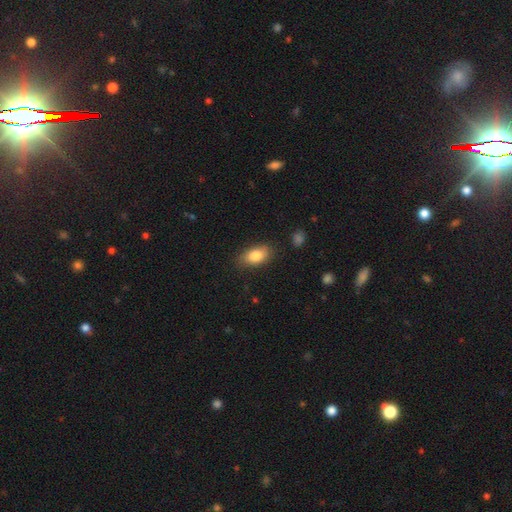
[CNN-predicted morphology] Smooth or featured? smooth (83%)
How rounded? in between (89%)
Merging? none (81%)